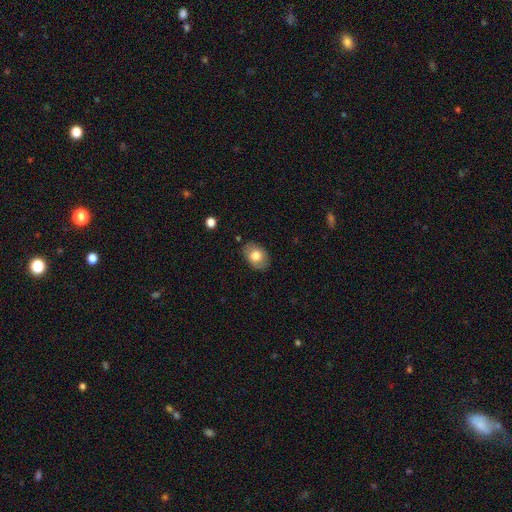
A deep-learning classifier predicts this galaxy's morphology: Smooth or featured?
  - smooth: 77% *
  - featured or disk: 16%
  - star or artifact: 7%
How rounded?
  - in between: 79% *
  - round: 19%
  - cigar-shaped: 1%
Merging?
  - none: 84% *
  - minor disturbance: 12%
  - major disturbance: 3%
  - merger: 1%